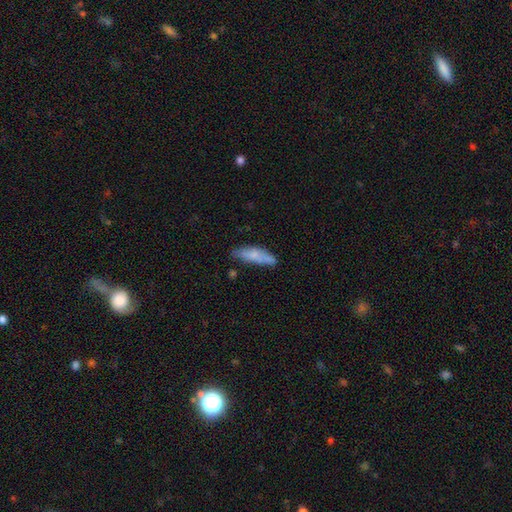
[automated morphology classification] smooth-or-featured: smooth: 64% | featured or disk: 29% | star or artifact: 7%
  how-rounded: cigar-shaped: 60% | in between: 38% | round: 2%
  merging: none: 57% | minor disturbance: 26% | merger: 9% | major disturbance: 9%